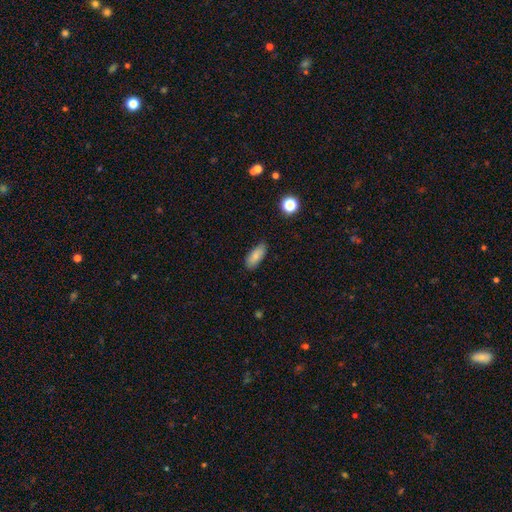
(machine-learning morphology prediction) Q: Smooth or featured?
A: smooth (82%); runner-up: featured or disk (10%)
Q: How rounded?
A: in between (83%); runner-up: cigar-shaped (14%)
Q: Merging?
A: none (84%); runner-up: minor disturbance (13%)